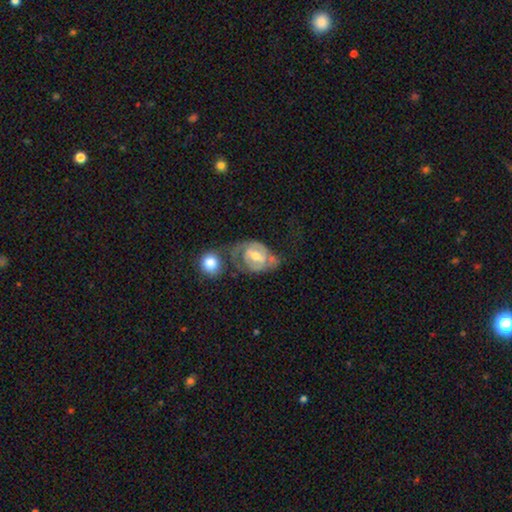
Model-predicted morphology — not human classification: A featured or disk galaxy (78%) with a weak bar (49%), 2 (64%) tight (52%) spiral arms (84%) and a moderate central bulge (63%). Merging: none (31%).